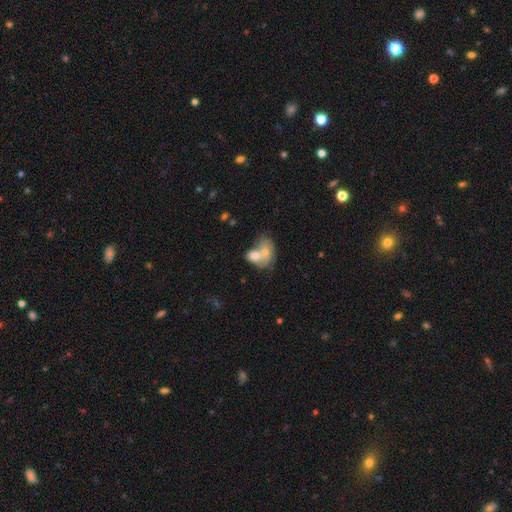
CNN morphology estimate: Smooth or featured?
  - smooth: 64% *
  - featured or disk: 29%
  - star or artifact: 8%
How rounded?
  - in between: 75% *
  - round: 23%
  - cigar-shaped: 2%
Merging?
  - merger: 69% *
  - none: 16%
  - minor disturbance: 8%
  - major disturbance: 6%